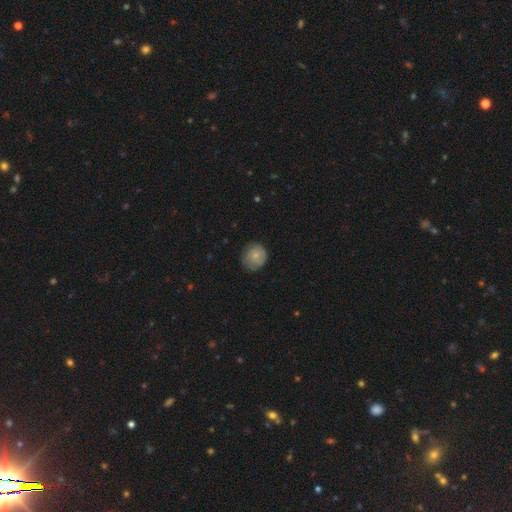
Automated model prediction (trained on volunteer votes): Smooth or featured?
  - smooth: 76% *
  - featured or disk: 16%
  - star or artifact: 8%
How rounded?
  - round: 83% *
  - in between: 16%
  - cigar-shaped: 1%
Merging?
  - none: 75% *
  - minor disturbance: 20%
  - major disturbance: 4%
  - merger: 1%